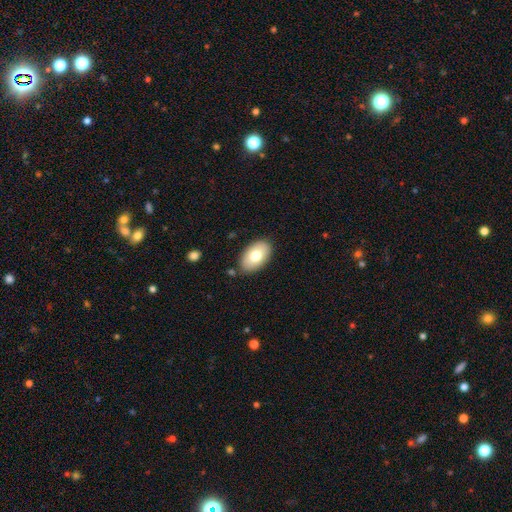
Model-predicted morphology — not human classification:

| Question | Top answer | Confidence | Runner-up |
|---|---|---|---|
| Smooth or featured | smooth | 76% | featured or disk (18%) |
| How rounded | in between | 93% | round (5%) |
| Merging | none | 85% | minor disturbance (10%) |